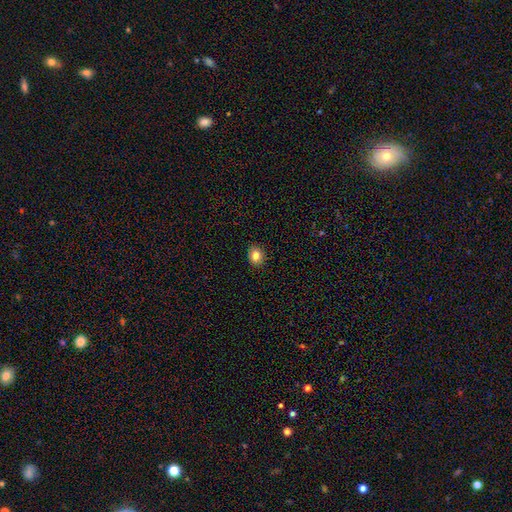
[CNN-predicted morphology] This appears to be a smooth galaxy with no disk features (82%) that is round (53%). Merging: none (90%).